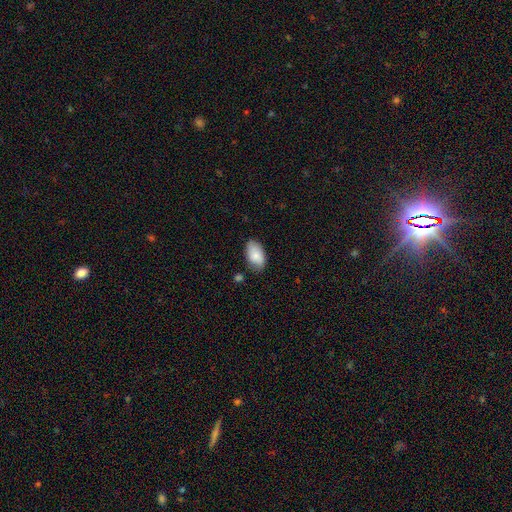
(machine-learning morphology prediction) Overall: smooth (84%). How rounded: in between (94%). Merging: none (77%).